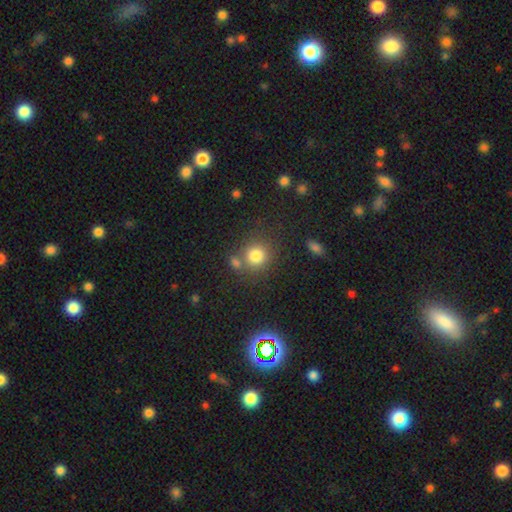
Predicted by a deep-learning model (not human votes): smooth 80%, star or artifact 12%, featured or disk 8%. Down the decision tree: how rounded — round (87%); merging — none (66%).